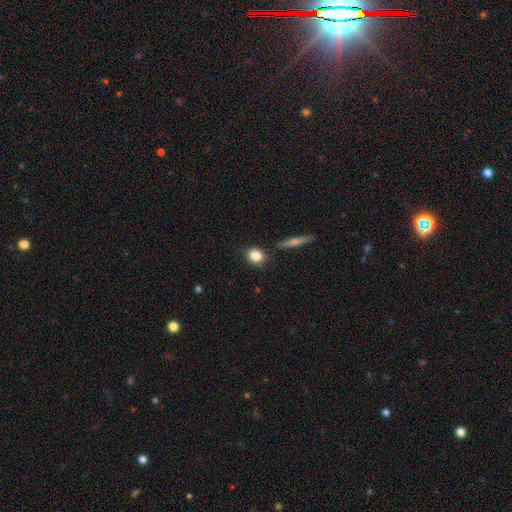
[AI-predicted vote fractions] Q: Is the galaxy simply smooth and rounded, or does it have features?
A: smooth — 83%.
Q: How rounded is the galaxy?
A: round — 59%.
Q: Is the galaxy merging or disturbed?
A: none — 82%.